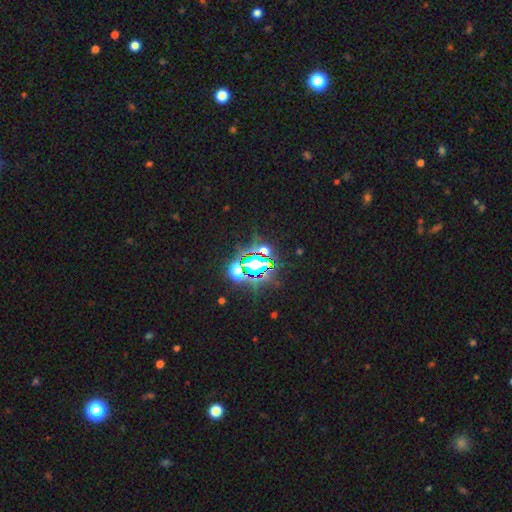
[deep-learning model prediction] Smooth or featured? Predicted: star or artifact (p=0.81).